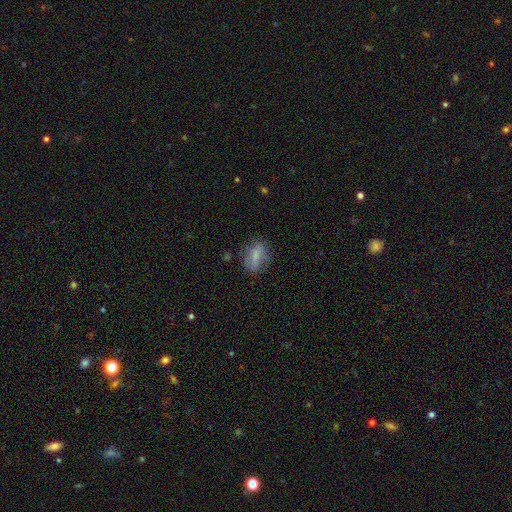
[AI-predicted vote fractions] Smooth or featured?
  - smooth: 70% *
  - featured or disk: 22%
  - star or artifact: 9%
How rounded?
  - in between: 76% *
  - round: 16%
  - cigar-shaped: 8%
Merging?
  - none: 71% *
  - minor disturbance: 20%
  - major disturbance: 7%
  - merger: 2%